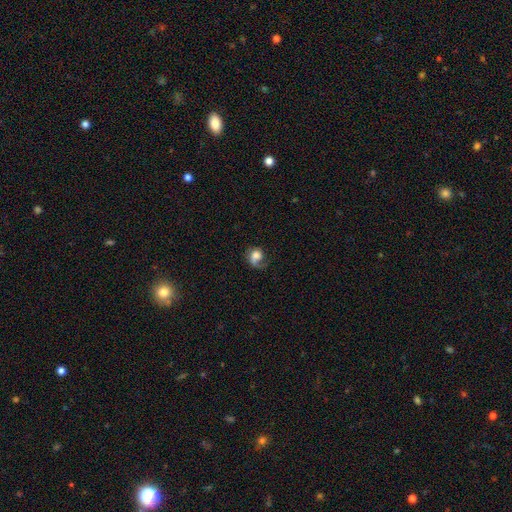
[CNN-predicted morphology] Smooth or featured? Predicted: smooth (p=0.47). Merging? Predicted: none (p=0.39).